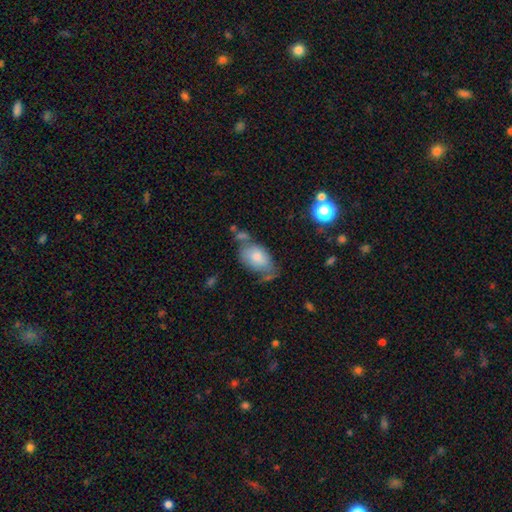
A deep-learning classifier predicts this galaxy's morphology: type=smooth (66%); roundness=in between (88%); merging=none (44%).